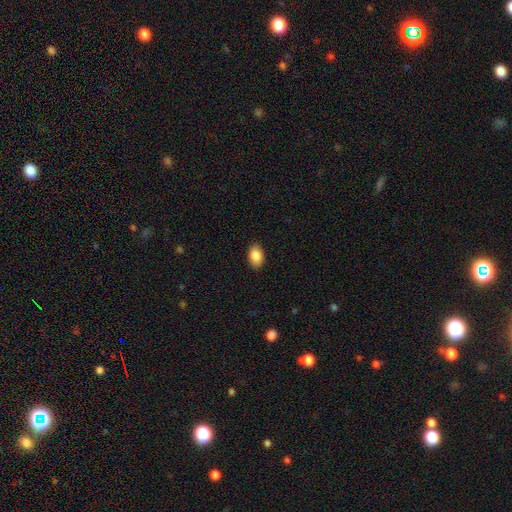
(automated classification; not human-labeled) smooth_or_featured: smooth (p=0.88) [alt: star or artifact p=0.07]
how_rounded: in between (p=0.90) [alt: round p=0.08]
merging: none (p=0.89) [alt: minor disturbance p=0.08]